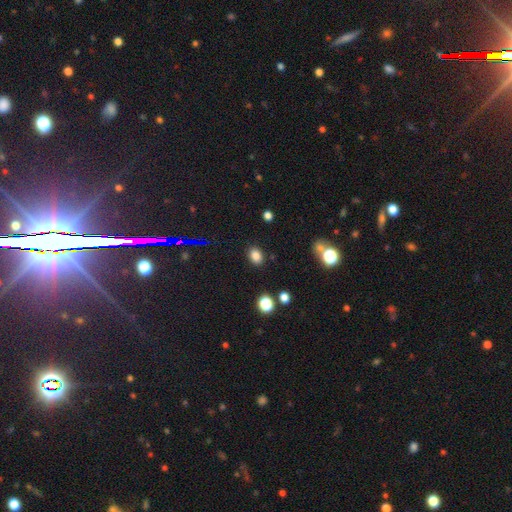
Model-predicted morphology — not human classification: A smooth galaxy with no disk features (81%) that is in between round and cigar-shaped (64%).

Vote fractions:
- Smooth or featured? smooth: 81% / star or artifact: 13% / featured or disk: 6%
- How rounded? in between: 64% / round: 34% / cigar-shaped: 1%
- Merging? none: 85% / minor disturbance: 9% / major disturbance: 3% / merger: 2%